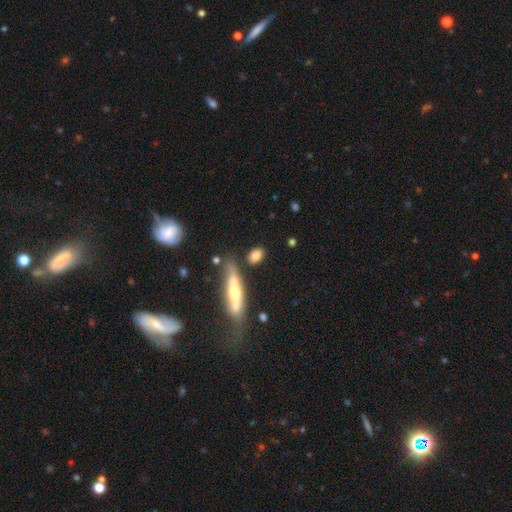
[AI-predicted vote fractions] Morphology: type=smooth (79%); roundness=in between (71%); merging=none (76%).